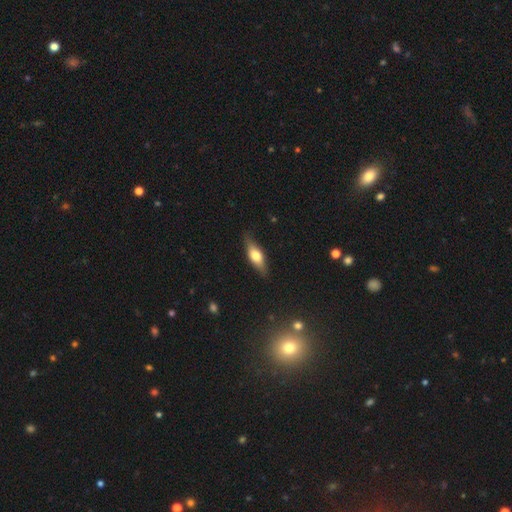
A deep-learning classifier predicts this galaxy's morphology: Overall: smooth (59%; featured or disk 34%). How rounded: in between (61%; cigar-shaped 36%). Merging: none (83%).